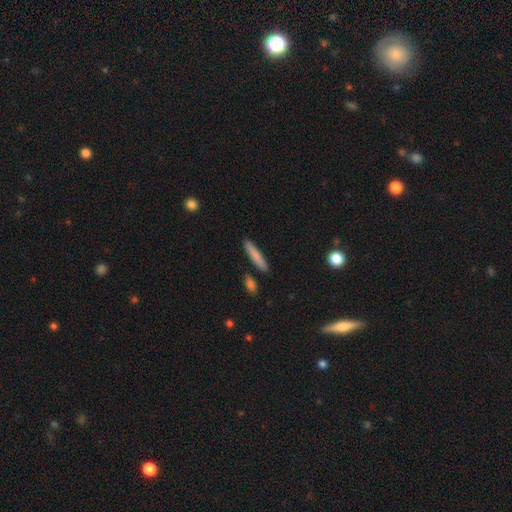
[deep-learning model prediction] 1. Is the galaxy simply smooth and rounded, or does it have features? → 80% smooth, 14% featured or disk, 6% star or artifact.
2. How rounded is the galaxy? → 91% cigar-shaped, 7% in between, 2% round.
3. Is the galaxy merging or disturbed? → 88% none, 7% minor disturbance, 3% merger, 2% major disturbance.